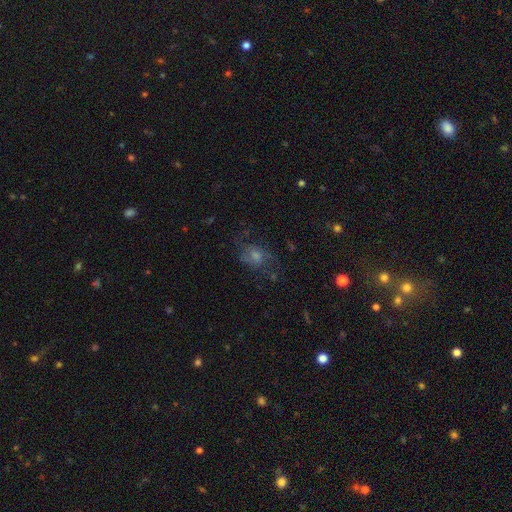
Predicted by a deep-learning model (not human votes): smooth-or-featured: featured or disk: 37% | smooth: 36% | star or artifact: 27%
  merging: none: 61% | minor disturbance: 19% | major disturbance: 17% | merger: 2%